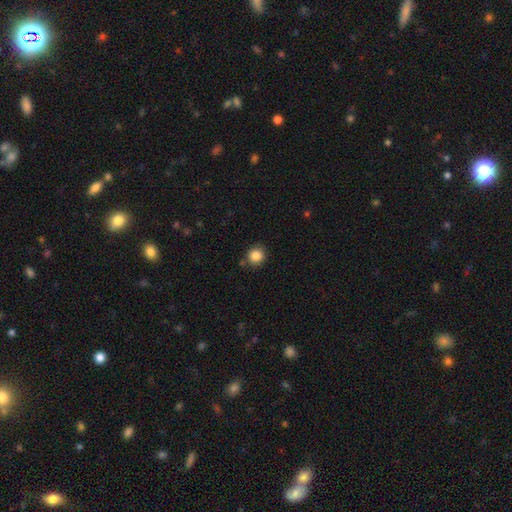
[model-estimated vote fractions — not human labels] Morphology: type=smooth (85%); roundness=round (90%); merging=none (85%).